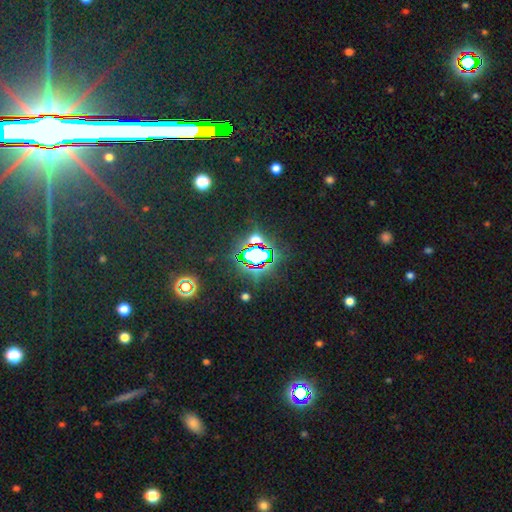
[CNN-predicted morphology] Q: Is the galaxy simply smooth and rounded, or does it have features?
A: star or artifact — 76%.